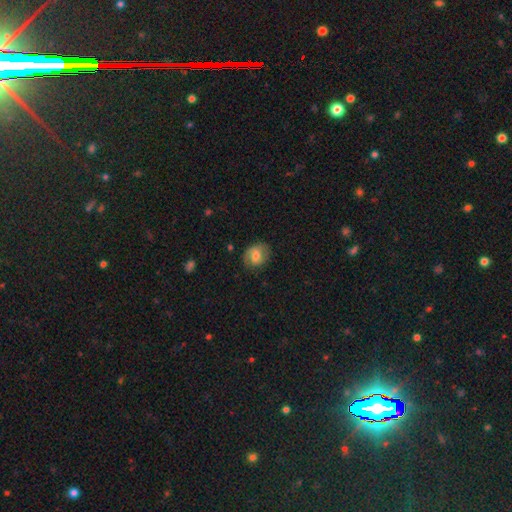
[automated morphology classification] This appears to be a smooth galaxy with no disk features (51%) that is round (51%). Merging: none (75%).